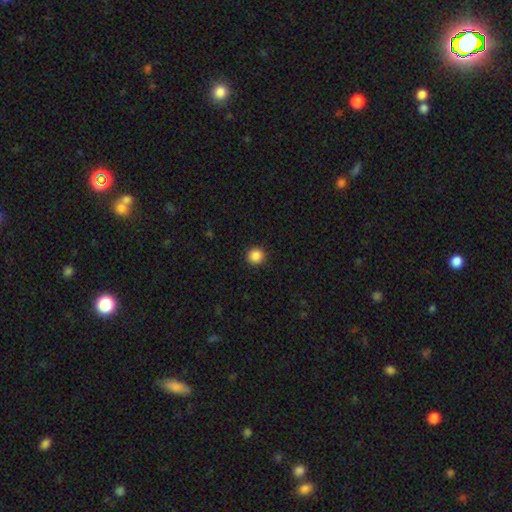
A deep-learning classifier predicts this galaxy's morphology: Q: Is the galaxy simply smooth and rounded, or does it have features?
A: smooth — 87%.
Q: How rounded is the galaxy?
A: round — 94%.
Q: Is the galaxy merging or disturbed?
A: none — 93%.